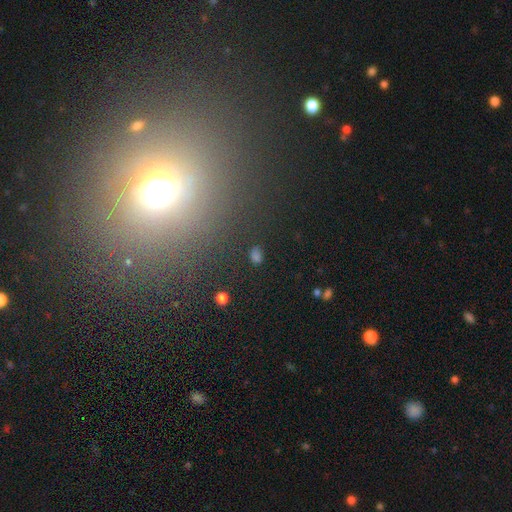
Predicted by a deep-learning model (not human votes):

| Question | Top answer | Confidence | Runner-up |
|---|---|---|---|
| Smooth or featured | smooth | 59% | star or artifact (31%) |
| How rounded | in between | 63% | round (33%) |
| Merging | none | 83% | minor disturbance (9%) |